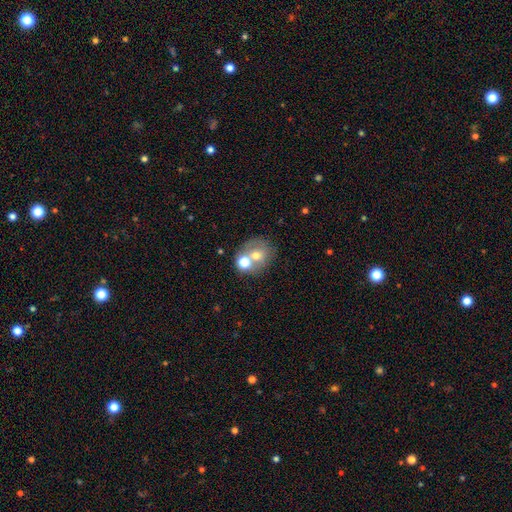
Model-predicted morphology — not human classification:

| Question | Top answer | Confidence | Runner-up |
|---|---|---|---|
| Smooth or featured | smooth | 61% | featured or disk (27%) |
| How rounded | round | 71% | in between (28%) |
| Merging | none | 45% | merger (40%) |